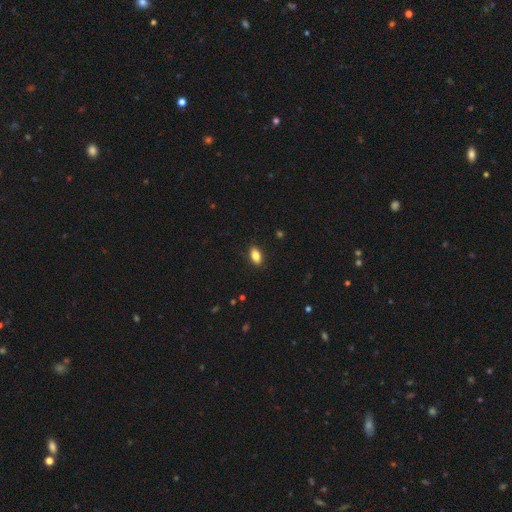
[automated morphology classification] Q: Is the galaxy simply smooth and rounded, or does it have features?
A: smooth — 84%.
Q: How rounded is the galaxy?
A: in between — 90%.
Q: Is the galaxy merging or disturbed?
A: none — 88%.